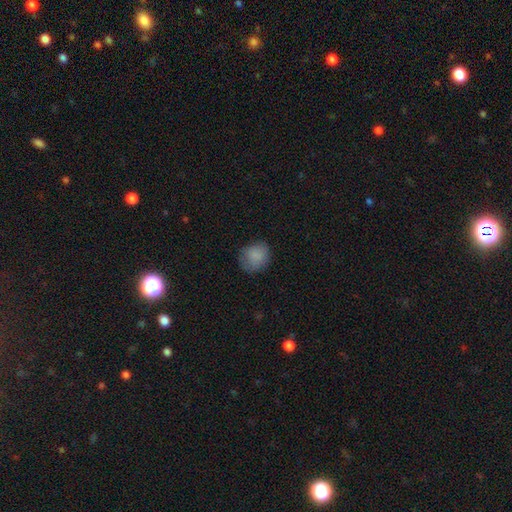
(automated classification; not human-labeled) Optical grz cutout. It shows a smooth galaxy with no disk features (85%) that is round (74%). Merging: none (73%).